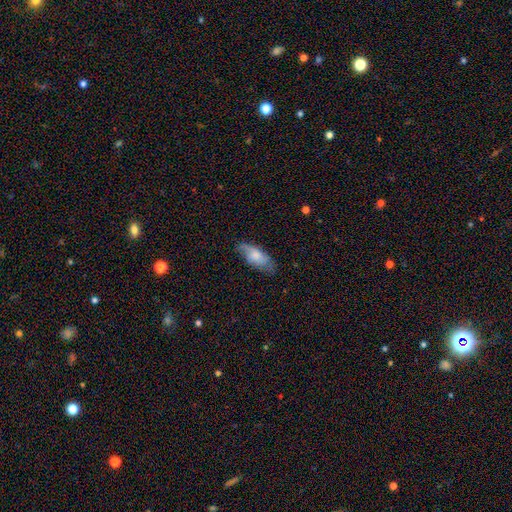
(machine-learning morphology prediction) This is likely a smooth galaxy (63%). How rounded: clearly in between (82%). Merging: likely none (63%).